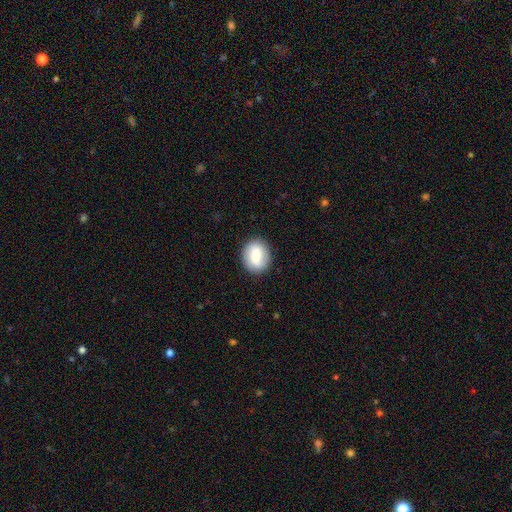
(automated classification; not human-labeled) smooth_or_featured: smooth (p=0.67) [alt: featured or disk p=0.26]
how_rounded: round (p=0.59) [alt: in between p=0.40]
merging: none (p=0.87) [alt: minor disturbance p=0.09]